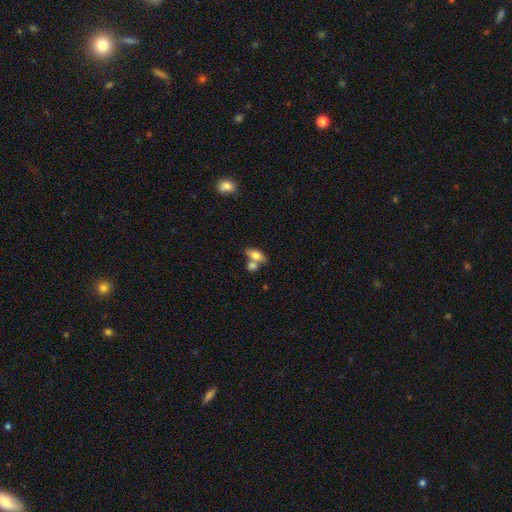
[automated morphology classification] Q: Smooth or featured?
A: smooth (73%); runner-up: featured or disk (19%)
Q: How rounded?
A: in between (82%); runner-up: cigar-shaped (11%)
Q: Merging?
A: merger (44%); runner-up: none (41%)